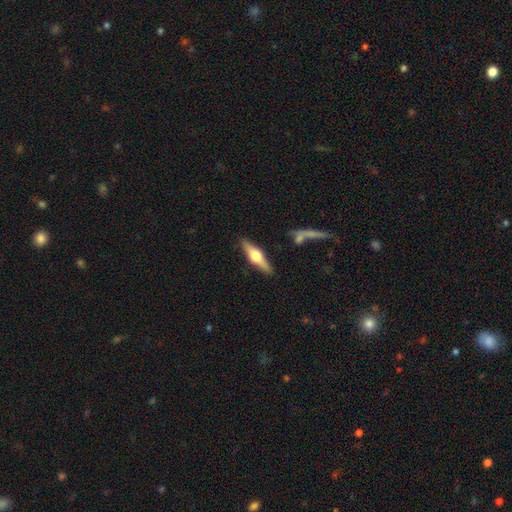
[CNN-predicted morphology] Smooth or featured: featured or disk — 66% (smooth — 29%)
Edge-on disk: yes — 96% (no — 4%)
Edge-on bulge: rounded — 94% (boxy — 4%)
Merging: none — 86% (minor disturbance — 9%)